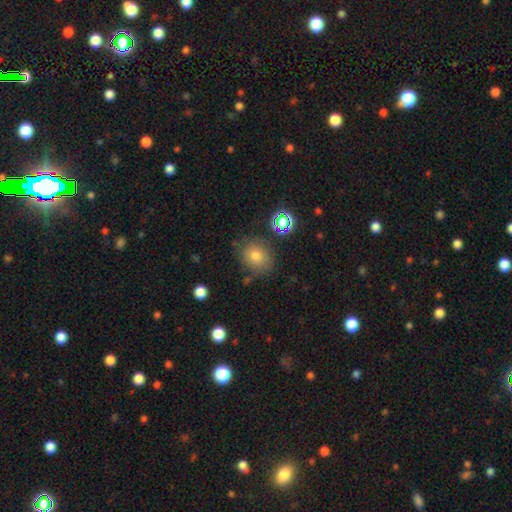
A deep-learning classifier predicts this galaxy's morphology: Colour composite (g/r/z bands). It shows a smooth galaxy with no disk features (73%) that is round (61%). Merging: none (79%).